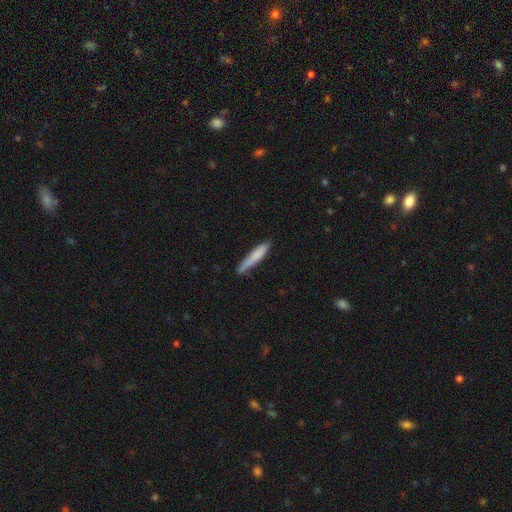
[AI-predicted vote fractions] Morphology: type=smooth (77%); roundness=cigar-shaped (92%); merging=none (68%).